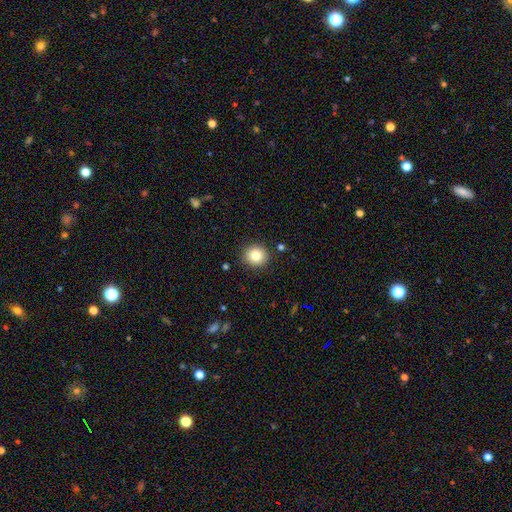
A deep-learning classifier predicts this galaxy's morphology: smooth_or_featured: smooth (p=0.84) [alt: star or artifact p=0.10]
how_rounded: round (p=0.87) [alt: in between p=0.12]
merging: none (p=0.90) [alt: minor disturbance p=0.07]